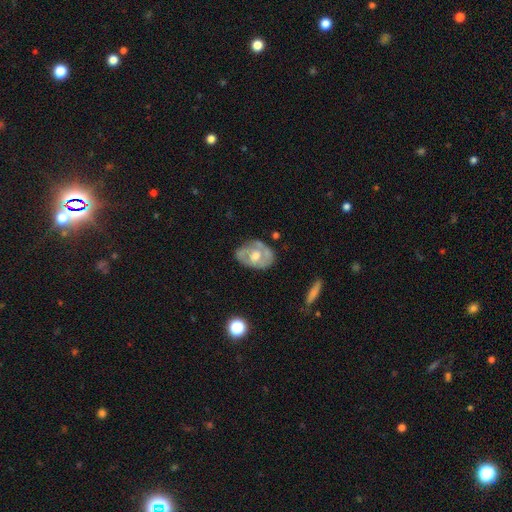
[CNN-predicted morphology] featured or disk 64%, smooth 30%, star or artifact 6%. Down the decision tree: edge-on disk — no (94%); bar — no (76%); spiral arms — no (59%); bulge size — moderate (67%); merging — none (68%).